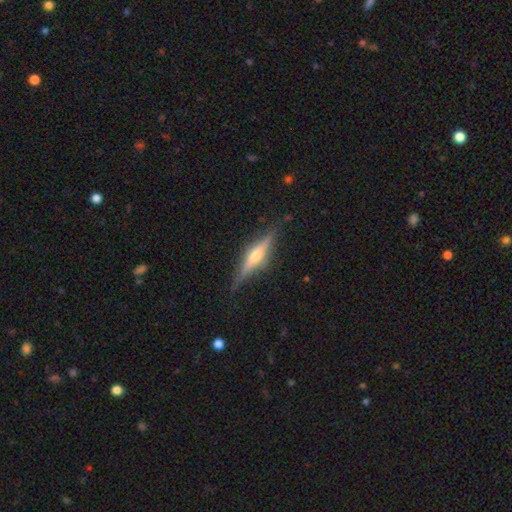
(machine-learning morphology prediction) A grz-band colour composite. It shows a featured or disk galaxy (73%) viewed edge-on (97%) with a rounded central bulge (89%). Merging: none (84%).